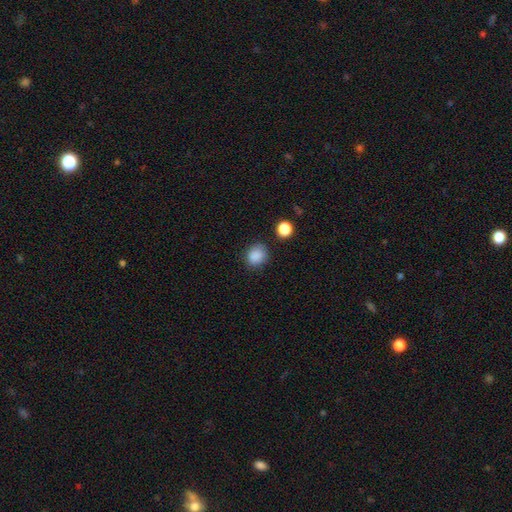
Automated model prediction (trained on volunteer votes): A smooth galaxy with no disk features (86%) that is round (68%). Merging: none (79%).